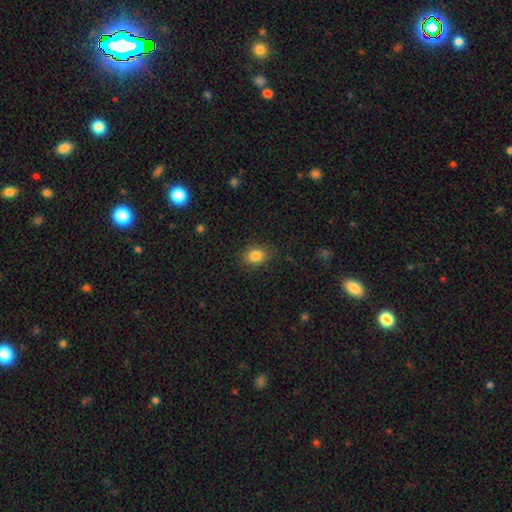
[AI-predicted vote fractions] This is clearly a smooth galaxy (84%). How rounded: possibly in between (58%). Merging: clearly none (85%).